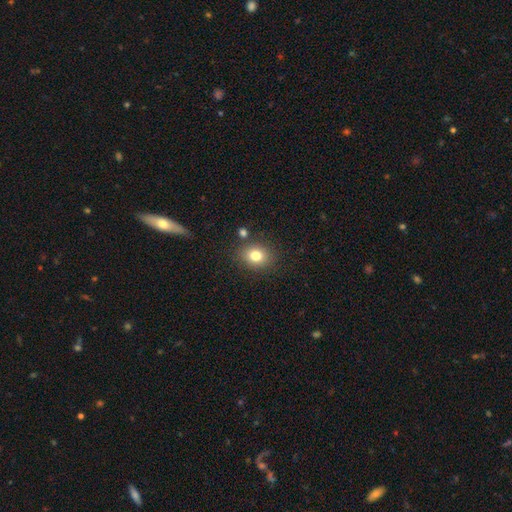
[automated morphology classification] Smooth or featured? smooth (80%)
How rounded? round (57%)
Merging? none (81%)